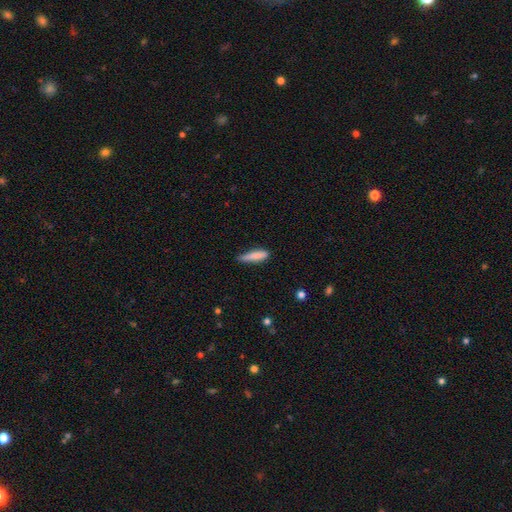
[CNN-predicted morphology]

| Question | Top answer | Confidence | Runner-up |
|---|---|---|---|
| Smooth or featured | smooth | 82% | featured or disk (11%) |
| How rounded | cigar-shaped | 74% | in between (25%) |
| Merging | none | 59% | minor disturbance (33%) |